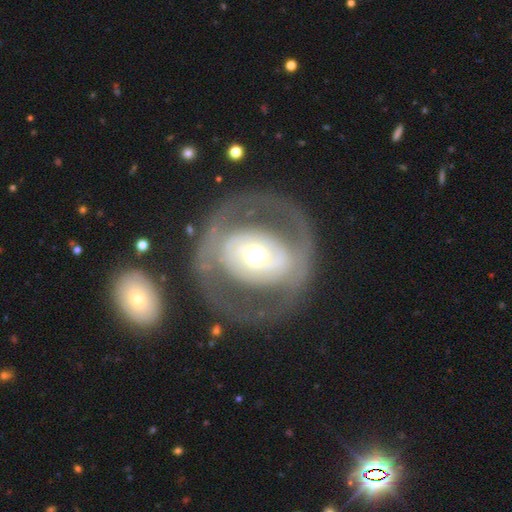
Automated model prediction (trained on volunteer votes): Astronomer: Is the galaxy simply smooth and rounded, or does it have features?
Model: featured or disk — 69%.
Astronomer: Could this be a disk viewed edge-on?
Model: no — 95%.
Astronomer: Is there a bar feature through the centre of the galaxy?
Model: no — 63%.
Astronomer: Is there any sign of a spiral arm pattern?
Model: no — 65%.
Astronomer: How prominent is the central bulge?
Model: moderate — 60%.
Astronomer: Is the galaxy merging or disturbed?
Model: none — 71%.